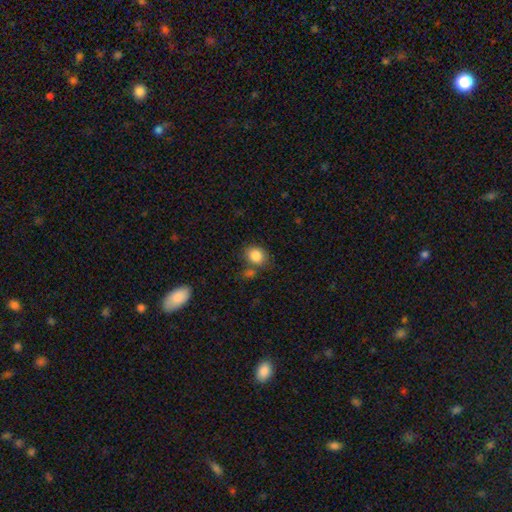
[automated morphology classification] Q: Smooth or featured?
A: smooth (85%); runner-up: star or artifact (9%)
Q: How rounded?
A: round (61%); runner-up: in between (38%)
Q: Merging?
A: none (68%); runner-up: minor disturbance (15%)